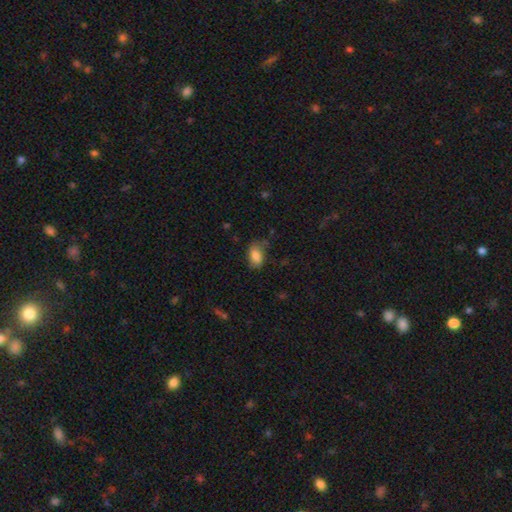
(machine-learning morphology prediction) smooth_or_featured: smooth (p=0.78) [alt: featured or disk p=0.14]
how_rounded: in between (p=0.89) [alt: round p=0.09]
merging: none (p=0.58) [alt: minor disturbance p=0.28]